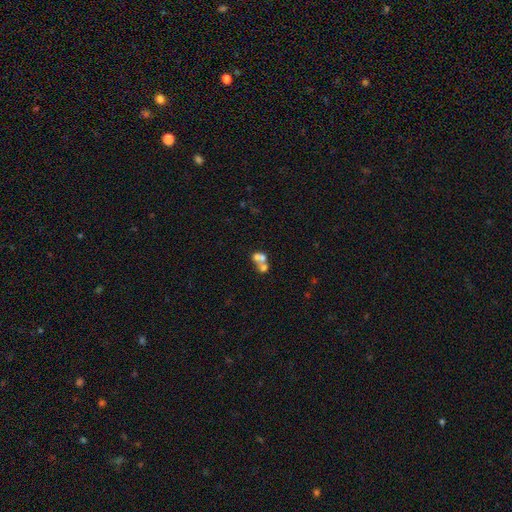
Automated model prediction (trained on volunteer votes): smooth_or_featured: smooth (p=0.55) [alt: star or artifact p=0.23]
how_rounded: round (p=0.53) [alt: in between p=0.44]
merging: merger (p=0.55) [alt: none p=0.32]